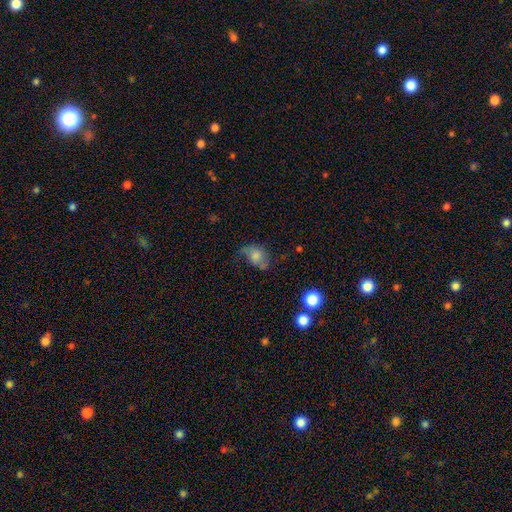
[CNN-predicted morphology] Smooth or featured: smooth — 58% (featured or disk — 28%)
How rounded: in between — 67% (round — 31%)
Merging: none — 44% (minor disturbance — 30%)